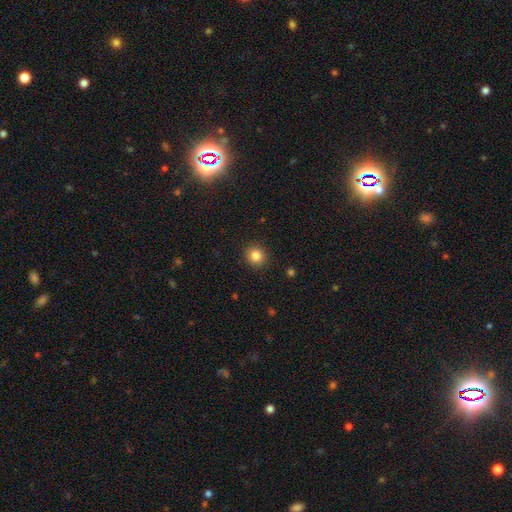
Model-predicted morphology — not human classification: Smooth or featured? Predicted: smooth (p=0.84). How rounded? Predicted: round (p=0.90). Merging? Predicted: none (p=0.91).